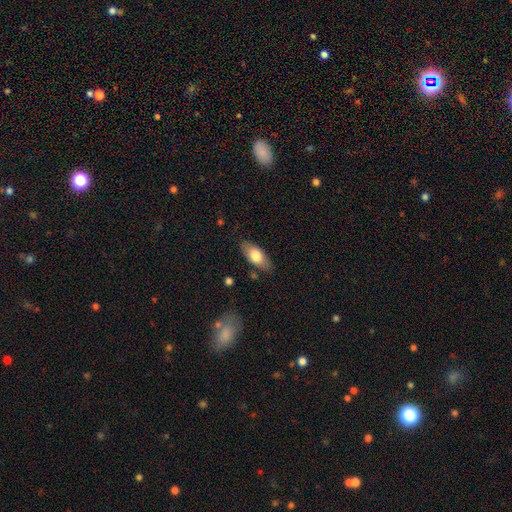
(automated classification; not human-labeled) smooth 73%, featured or disk 21%, star or artifact 6%. Down the decision tree: how rounded — in between (86%); merging — none (82%).